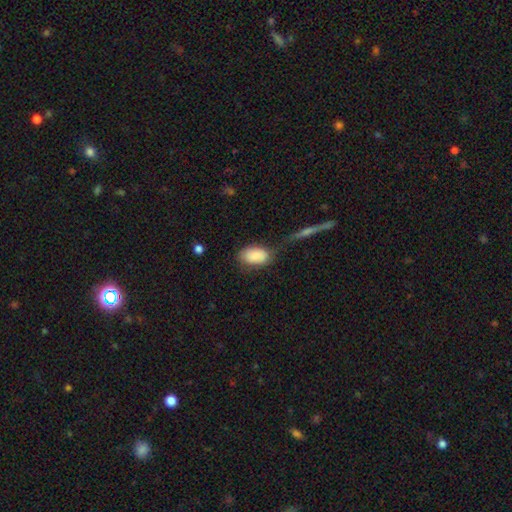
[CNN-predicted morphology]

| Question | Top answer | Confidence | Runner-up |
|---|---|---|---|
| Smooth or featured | smooth | 86% | featured or disk (7%) |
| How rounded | in between | 92% | round (6%) |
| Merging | none | 60% | minor disturbance (21%) |